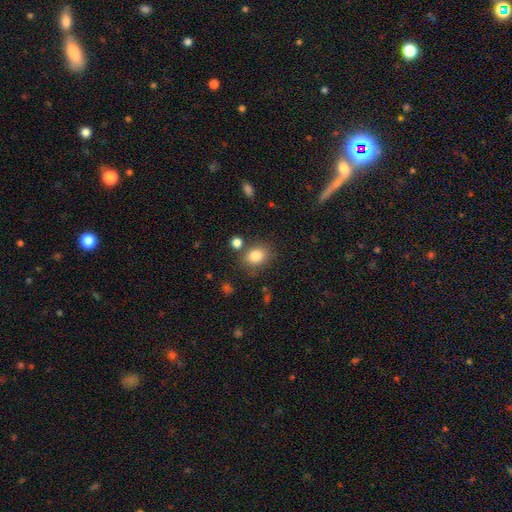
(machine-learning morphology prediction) Overall: smooth (83%). How rounded: round (50%; in between 49%). Merging: none (74%).